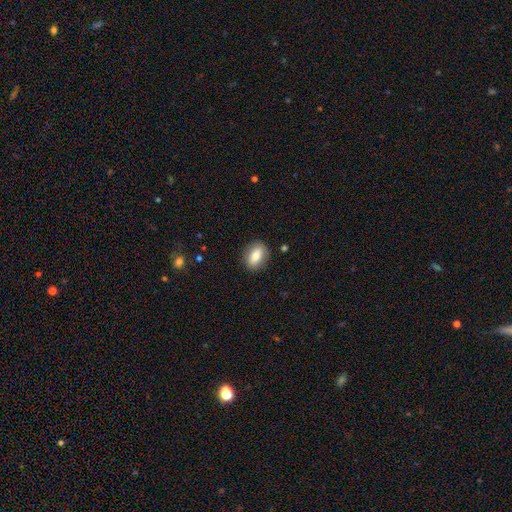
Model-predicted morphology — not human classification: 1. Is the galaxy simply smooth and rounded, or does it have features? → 78% smooth, 15% featured or disk, 8% star or artifact.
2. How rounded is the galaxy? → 78% in between, 19% round, 3% cigar-shaped.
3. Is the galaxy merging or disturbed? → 86% none, 10% minor disturbance, 3% major disturbance, 1% merger.